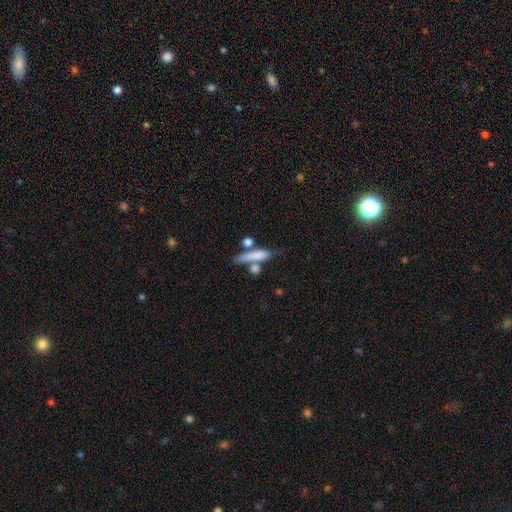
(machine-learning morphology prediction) smooth-or-featured: smooth: 73% | featured or disk: 19% | star or artifact: 8%
  how-rounded: cigar-shaped: 69% | in between: 25% | round: 6%
  merging: none: 49% | merger: 27% | minor disturbance: 16% | major disturbance: 8%